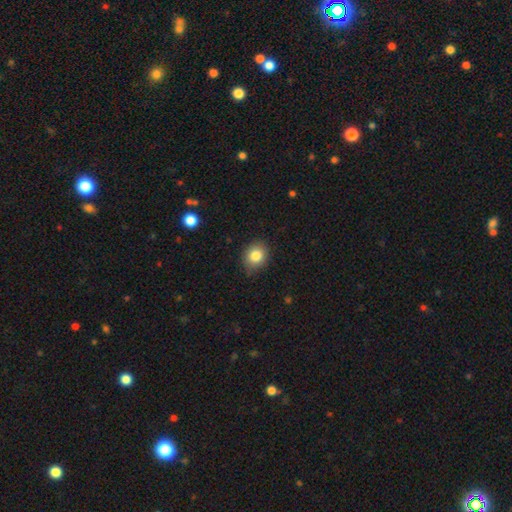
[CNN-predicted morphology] This appears to be a smooth galaxy with no disk features (83%) that is round (60%). Merging: none (83%).